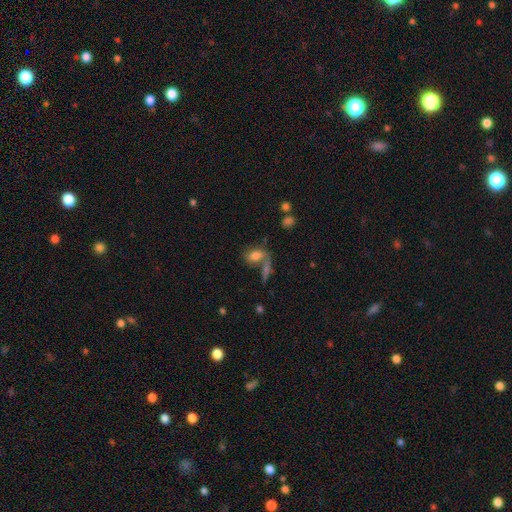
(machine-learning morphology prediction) Smooth or featured?
  - smooth: 70% *
  - featured or disk: 18%
  - star or artifact: 11%
How rounded?
  - in between: 81% *
  - round: 11%
  - cigar-shaped: 8%
Merging?
  - none: 43% *
  - merger: 34%
  - minor disturbance: 13%
  - major disturbance: 10%